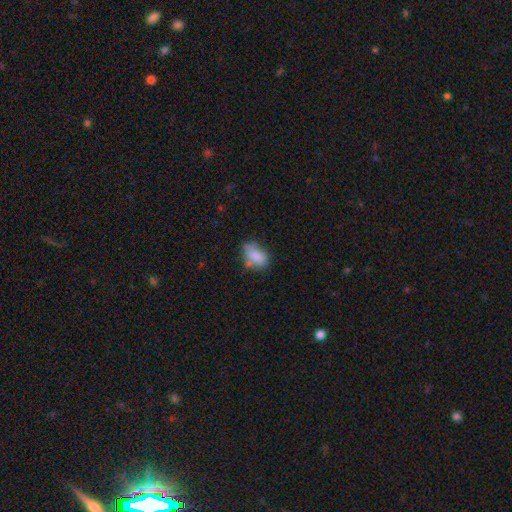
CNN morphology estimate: This is clearly a smooth galaxy (81%). How rounded: clearly in between (87%). Merging: possibly none (56%).